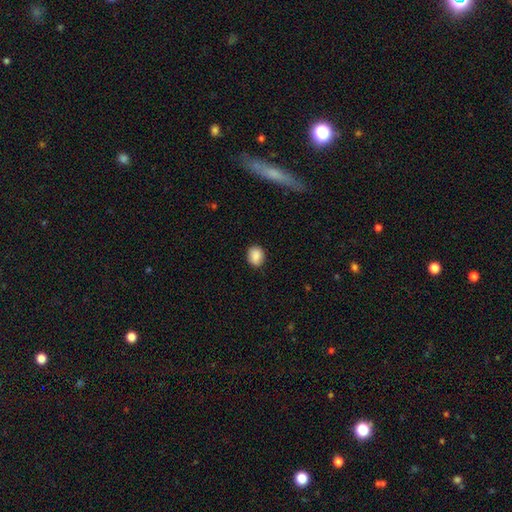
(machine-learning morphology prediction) smooth-or-featured: smooth: 87% | star or artifact: 8% | featured or disk: 4%
  how-rounded: round: 57% | in between: 42% | cigar-shaped: 1%
  merging: none: 86% | minor disturbance: 11% | major disturbance: 2% | merger: 1%